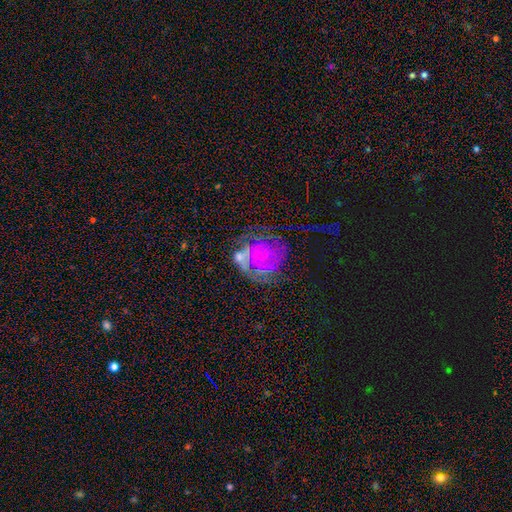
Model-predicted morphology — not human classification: smooth_or_featured: featured or disk (p=0.65) [alt: smooth p=0.22]
disk_edge_on: no (p=0.98) [alt: yes p=0.02]
bar: no (p=0.69) [alt: weak p=0.25]
has_spiral_arms: yes (p=0.73) [alt: no p=0.27]
bulge_size: small (p=0.57) [alt: moderate p=0.22]
merging: none (p=0.41) [alt: major disturbance p=0.22]